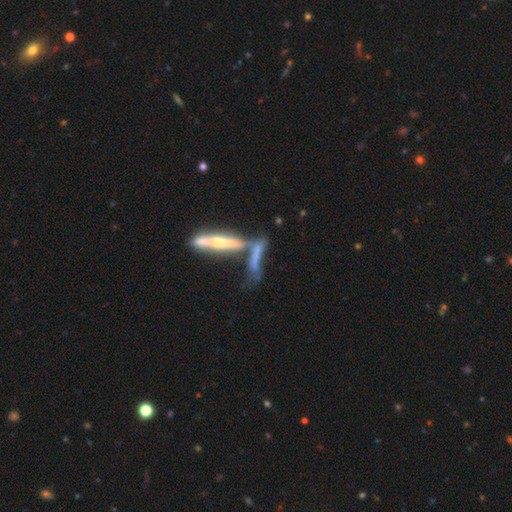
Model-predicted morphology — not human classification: This is possibly a featured or disk galaxy (50%). Merging: possibly merger (49%).